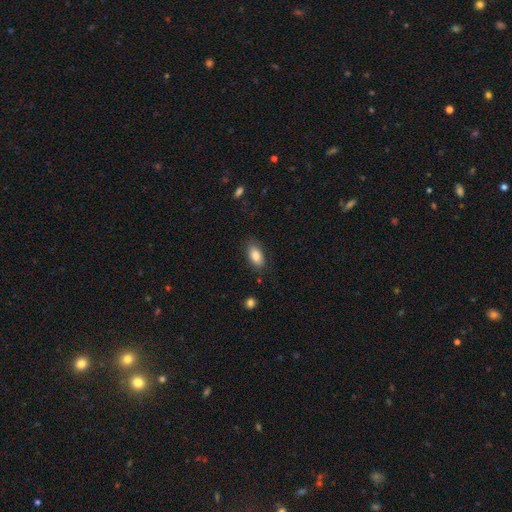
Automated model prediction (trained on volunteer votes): smooth_or_featured: smooth (p=0.84) [alt: featured or disk p=0.09]
how_rounded: in between (p=0.91) [alt: round p=0.05]
merging: none (p=0.80) [alt: minor disturbance p=0.15]